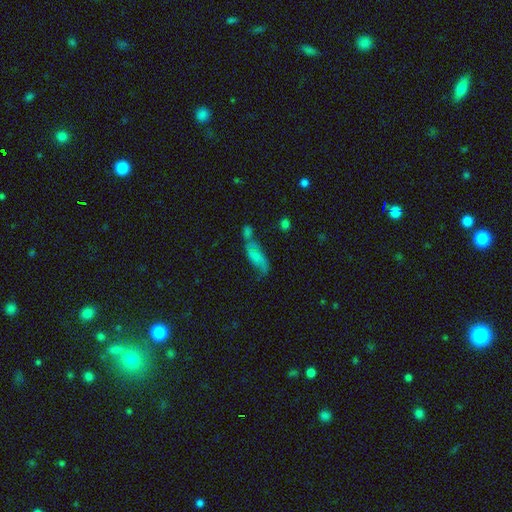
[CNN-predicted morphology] Smooth or featured? Predicted: smooth (p=0.59). How rounded? Predicted: in between (p=0.69). Merging? Predicted: none (p=0.34).